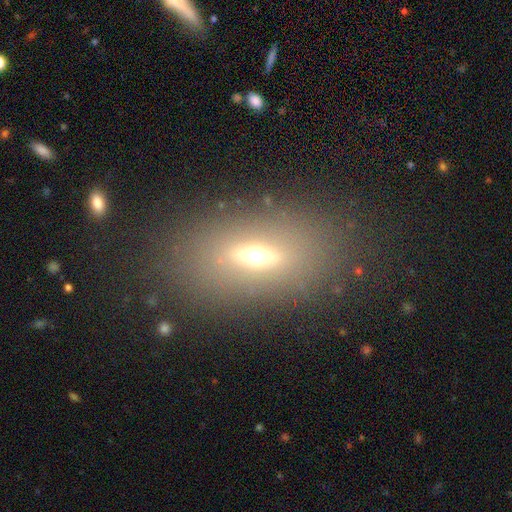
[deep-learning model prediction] smooth_or_featured: smooth (p=0.48) [alt: featured or disk p=0.37]
merging: none (p=0.82) [alt: minor disturbance p=0.10]